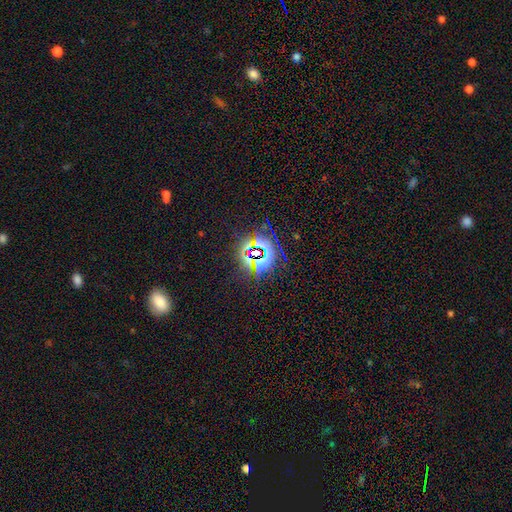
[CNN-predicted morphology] Overall: star or artifact (80%).